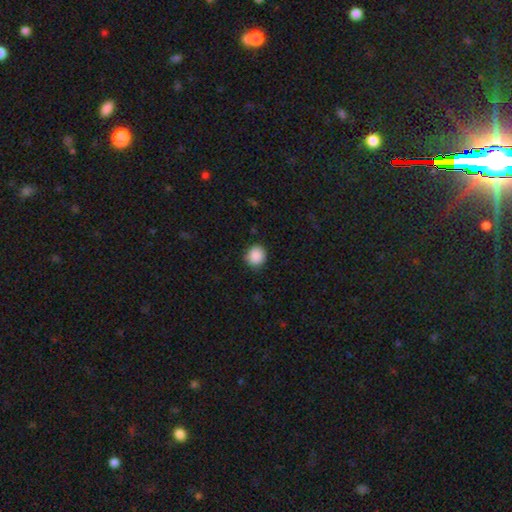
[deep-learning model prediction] Morphology: type=smooth (89%); roundness=round (85%); merging=none (87%).